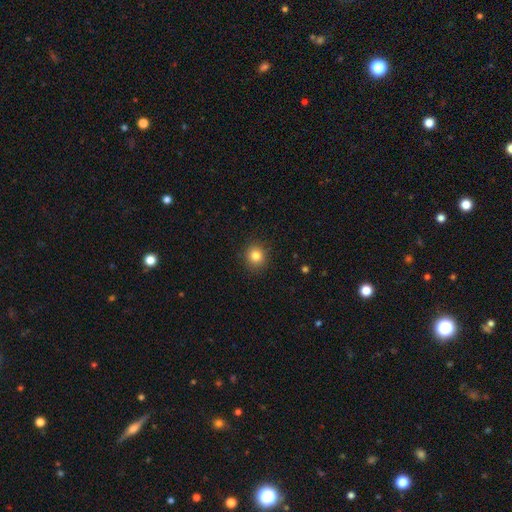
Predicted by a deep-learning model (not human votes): smooth_or_featured: smooth (p=0.82) [alt: star or artifact p=0.11]
how_rounded: round (p=0.89) [alt: in between p=0.10]
merging: none (p=0.90) [alt: minor disturbance p=0.07]